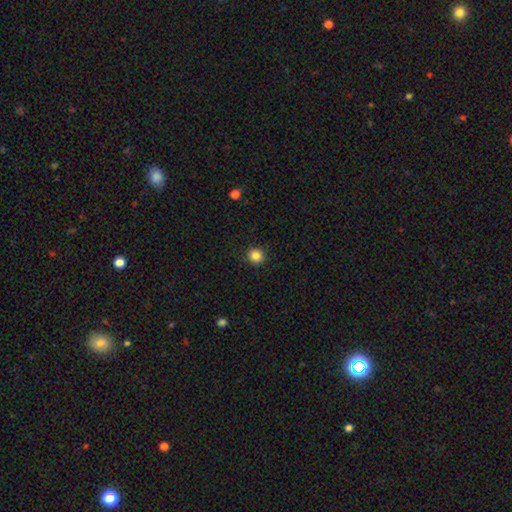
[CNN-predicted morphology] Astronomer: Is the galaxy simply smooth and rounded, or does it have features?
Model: smooth — 86%.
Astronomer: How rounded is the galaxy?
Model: round — 94%.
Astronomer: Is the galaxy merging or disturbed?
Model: none — 92%.